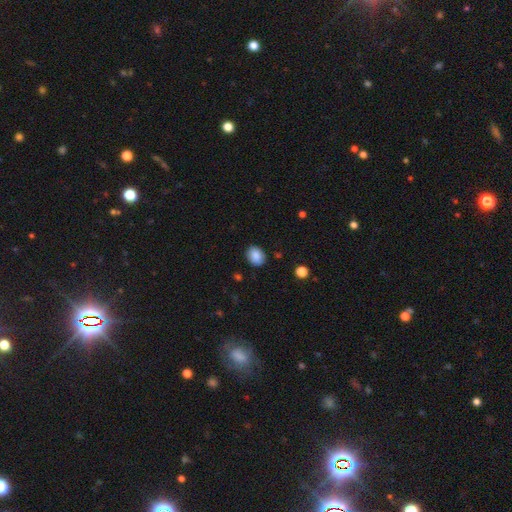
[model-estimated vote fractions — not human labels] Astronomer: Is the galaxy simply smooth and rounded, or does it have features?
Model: smooth — 88%.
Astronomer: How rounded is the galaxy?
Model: in between — 57% (runner-up: round, 42%).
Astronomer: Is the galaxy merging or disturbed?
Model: none — 86%.